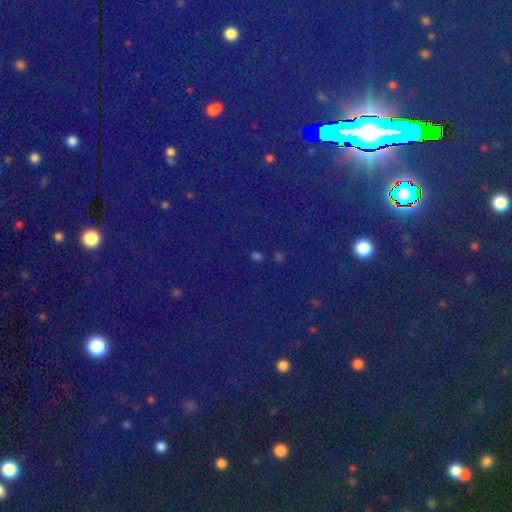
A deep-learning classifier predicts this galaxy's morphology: Smooth or featured? Predicted: star or artifact (p=0.78).